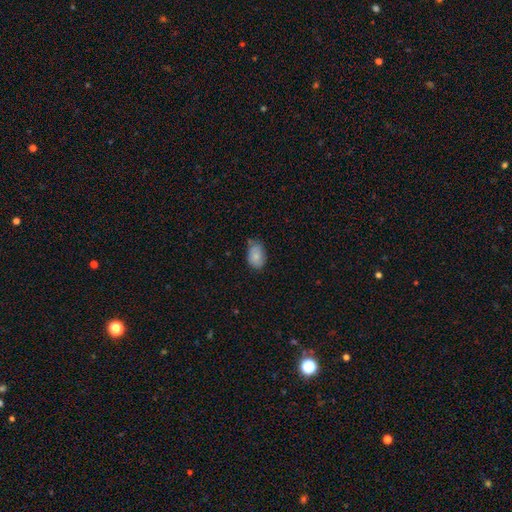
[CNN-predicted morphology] smooth-or-featured: smooth: 83% | featured or disk: 10% | star or artifact: 7%
  how-rounded: in between: 86% | round: 13% | cigar-shaped: 1%
  merging: none: 62% | minor disturbance: 30% | major disturbance: 5% | merger: 3%